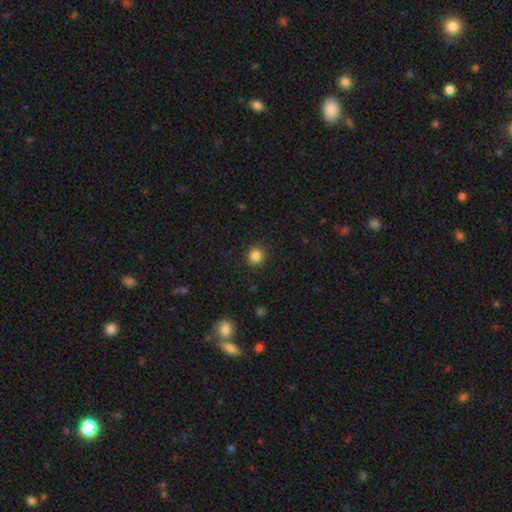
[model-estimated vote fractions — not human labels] This appears to be a smooth galaxy with no disk features (85%) that is round (88%). Merging: none (91%).